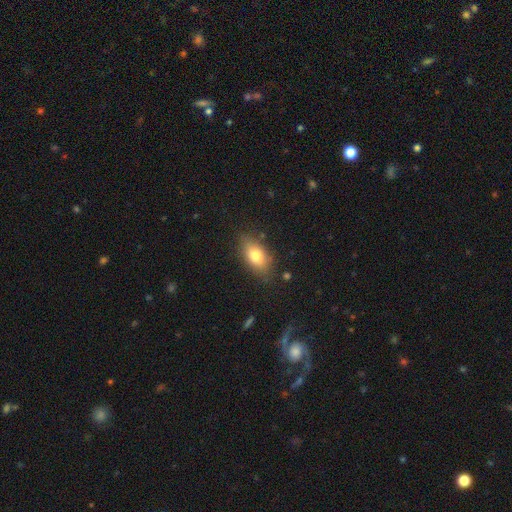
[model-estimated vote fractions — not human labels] Overall: smooth (77%). How rounded: in between (88%). Merging: none (78%).